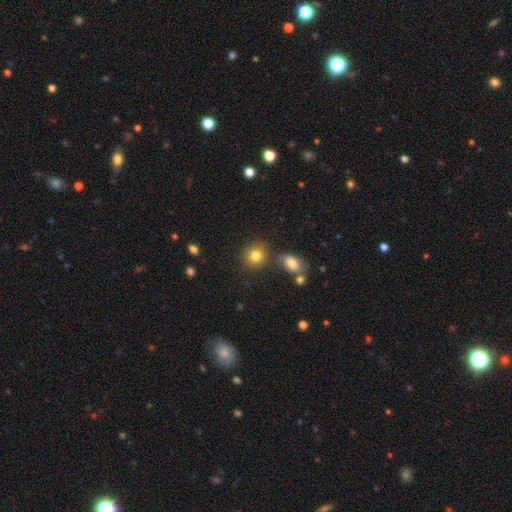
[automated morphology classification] type=smooth (83%); roundness=round (79%); merging=none (75%).